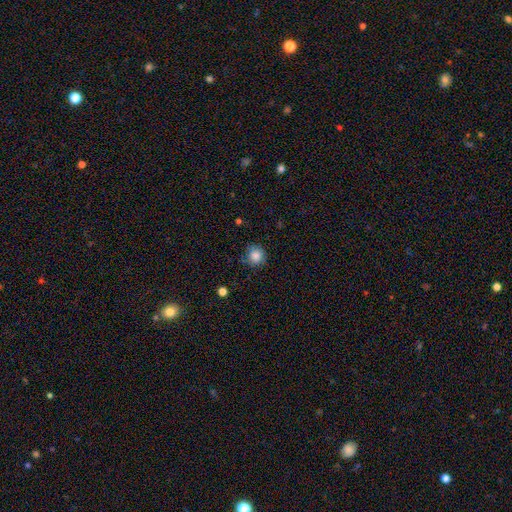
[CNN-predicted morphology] Smooth or featured?
  - smooth: 85% *
  - star or artifact: 10%
  - featured or disk: 5%
How rounded?
  - round: 91% *
  - in between: 8%
  - cigar-shaped: 1%
Merging?
  - none: 81% *
  - minor disturbance: 14%
  - major disturbance: 3%
  - merger: 2%